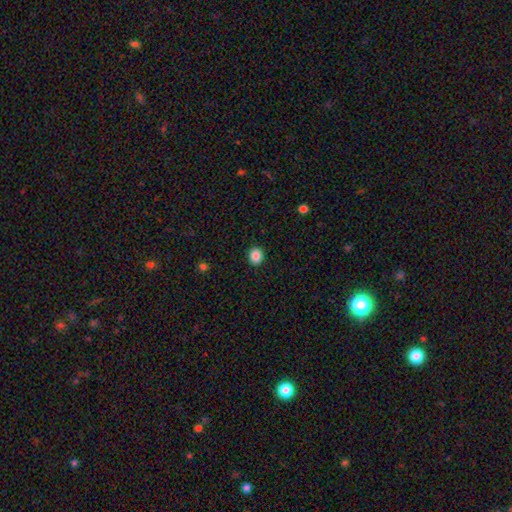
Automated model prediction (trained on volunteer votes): smooth-or-featured: smooth: 87% | star or artifact: 10% | featured or disk: 4%
  how-rounded: round: 66% | in between: 33% | cigar-shaped: 1%
  merging: none: 91% | minor disturbance: 6% | major disturbance: 2% | merger: 1%